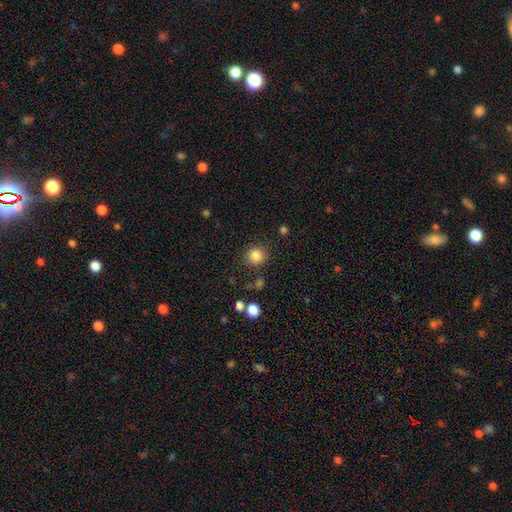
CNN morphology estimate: Smooth or featured? Predicted: smooth (p=0.84). How rounded? Predicted: round (p=0.87). Merging? Predicted: none (p=0.85).